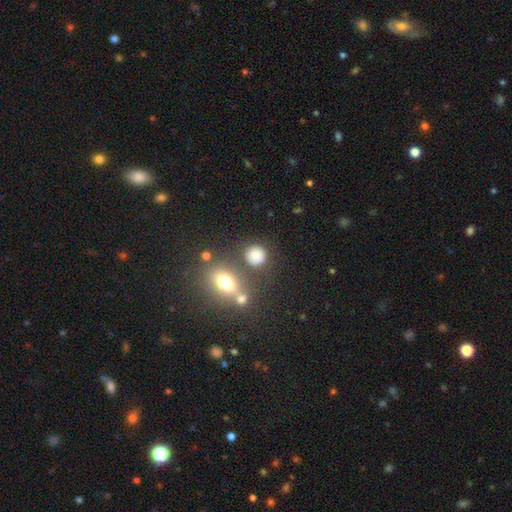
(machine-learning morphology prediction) Smooth or featured? Predicted: smooth (p=0.79). How rounded? Predicted: round (p=0.83). Merging? Predicted: none (p=0.70).